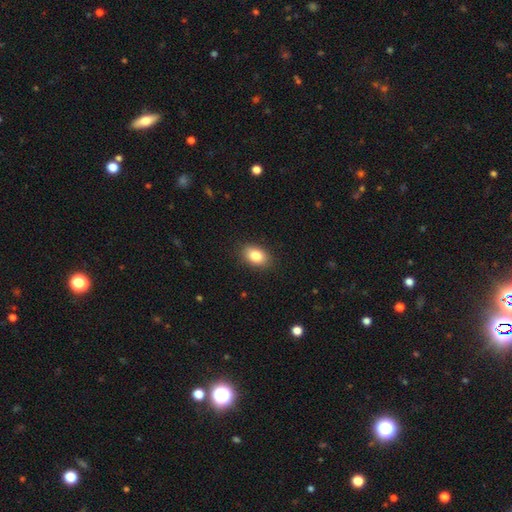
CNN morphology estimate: Overall: smooth (83%). How rounded: in between (82%). Merging: none (88%).